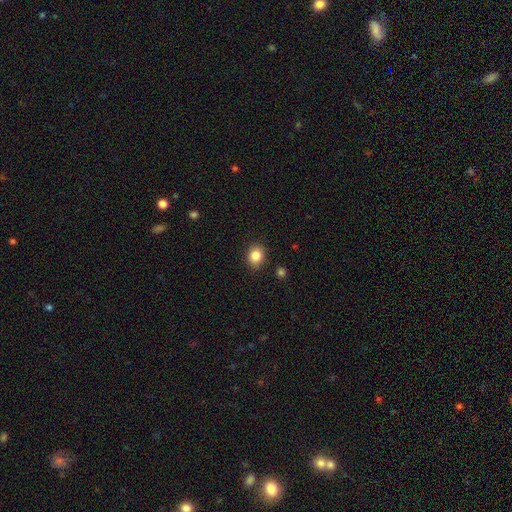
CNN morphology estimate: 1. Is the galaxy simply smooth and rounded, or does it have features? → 84% smooth, 10% star or artifact, 6% featured or disk.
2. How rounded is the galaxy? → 64% round, 35% in between, 1% cigar-shaped.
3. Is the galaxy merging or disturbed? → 88% none, 9% minor disturbance, 2% major disturbance, 2% merger.